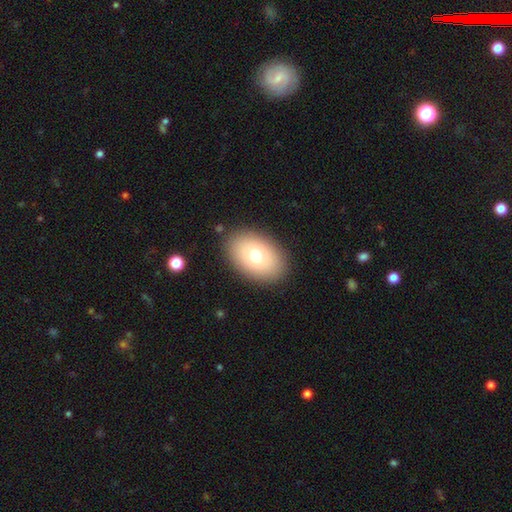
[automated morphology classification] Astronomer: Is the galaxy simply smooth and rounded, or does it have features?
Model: smooth — 74%.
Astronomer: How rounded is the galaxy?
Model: in between — 85%.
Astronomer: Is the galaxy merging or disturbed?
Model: none — 88%.